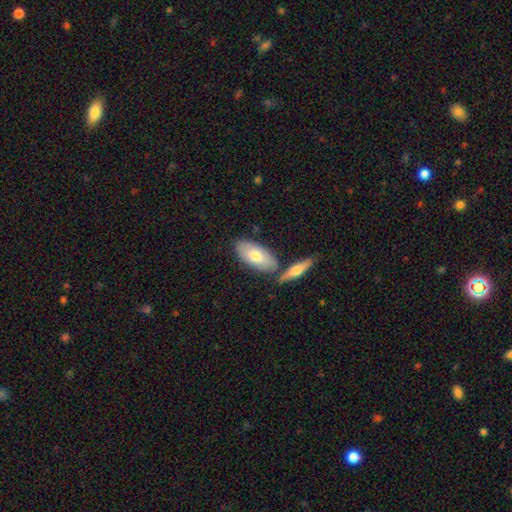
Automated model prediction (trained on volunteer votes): The model was most divided on "smooth or featured": smooth: 70%, featured or disk: 25%, star or artifact: 5%. More confident: how rounded — in between (88%); merging — none (66%).